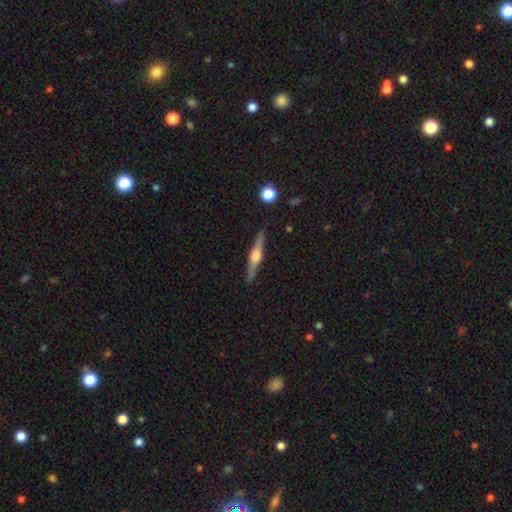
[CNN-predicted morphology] featured or disk 73%, smooth 22%, star or artifact 5%. Down the decision tree: edge-on disk — yes (98%); edge-on bulge — rounded (87%); merging — none (89%).